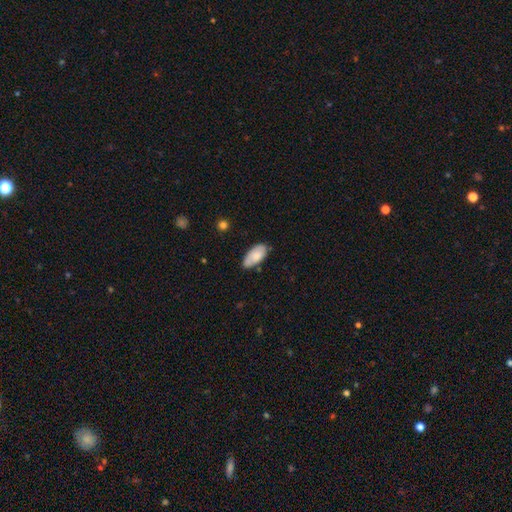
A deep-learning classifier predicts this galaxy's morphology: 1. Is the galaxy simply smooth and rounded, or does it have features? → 74% smooth, 19% featured or disk, 6% star or artifact.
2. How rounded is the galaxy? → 93% in between, 5% cigar-shaped, 2% round.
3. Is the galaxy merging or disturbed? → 63% none, 29% minor disturbance, 5% major disturbance, 4% merger.